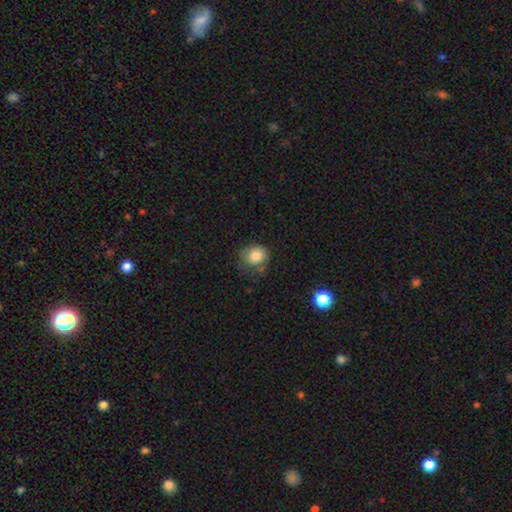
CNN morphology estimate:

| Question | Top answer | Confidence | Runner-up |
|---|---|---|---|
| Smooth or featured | smooth | 79% | featured or disk (12%) |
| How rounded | round | 76% | in between (23%) |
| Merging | none | 55% | minor disturbance (29%) |